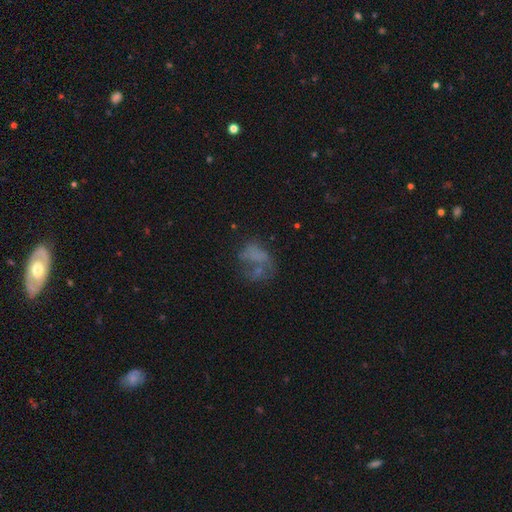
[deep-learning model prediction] A smooth galaxy with no disk features (45%).

Vote fractions:
- Smooth or featured? smooth: 45% / featured or disk: 38% / star or artifact: 17%
- Merging? major disturbance: 34% / none: 33% / minor disturbance: 18% / merger: 14%